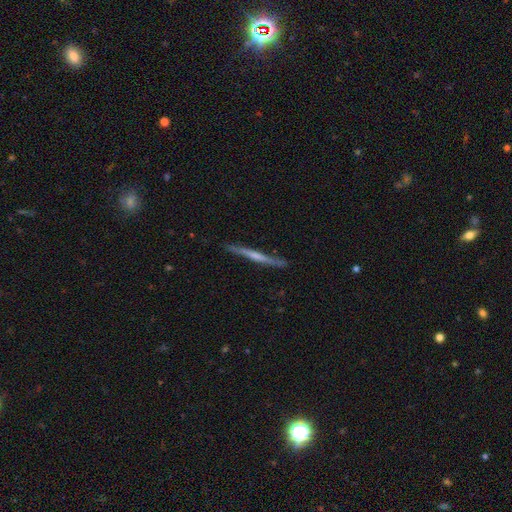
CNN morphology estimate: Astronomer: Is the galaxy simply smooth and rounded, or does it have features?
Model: featured or disk — 70%.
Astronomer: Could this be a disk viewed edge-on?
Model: yes — 97%.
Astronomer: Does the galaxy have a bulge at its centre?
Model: rounded — 63%.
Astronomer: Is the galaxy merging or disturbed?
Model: none — 88%.